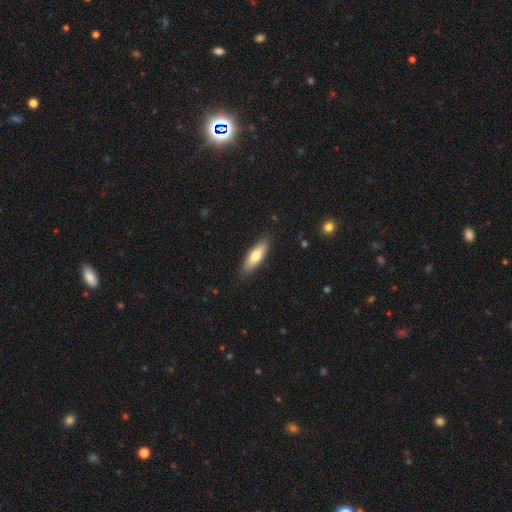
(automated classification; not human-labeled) Overall: smooth (71%). How rounded: in between (52%; cigar-shaped 46%). Merging: none (87%).